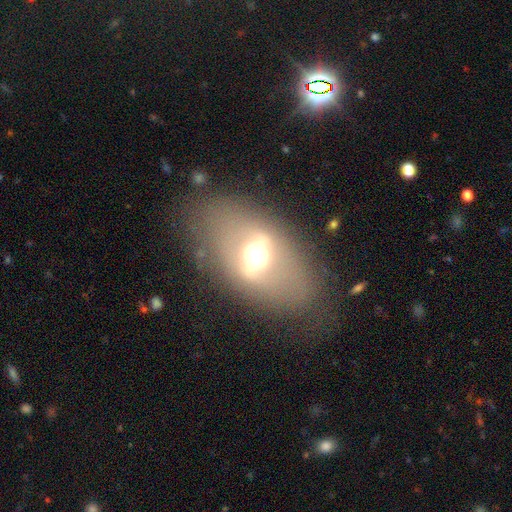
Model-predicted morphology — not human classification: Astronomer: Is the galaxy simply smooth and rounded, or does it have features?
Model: featured or disk — 54% (runner-up: smooth, 35%).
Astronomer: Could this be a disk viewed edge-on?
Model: no — 77%.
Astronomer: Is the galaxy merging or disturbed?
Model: none — 75%.